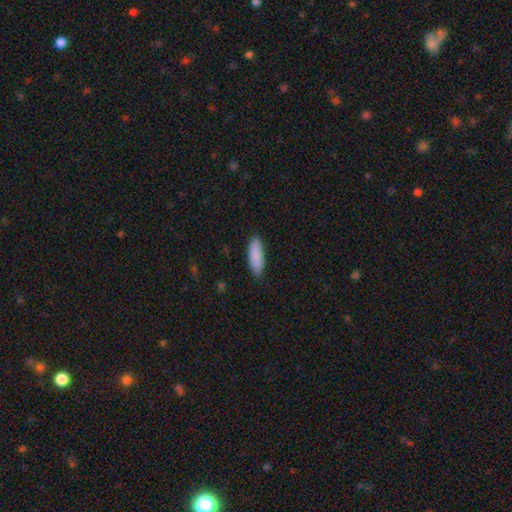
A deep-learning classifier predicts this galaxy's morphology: Smooth or featured? smooth (89%)
How rounded? in between (60%)
Merging? none (87%)